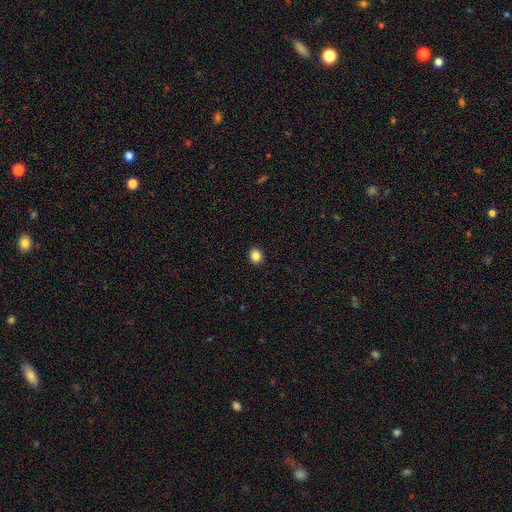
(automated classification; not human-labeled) The model was most divided on "how rounded": round: 68%, in between: 31%, cigar-shaped: 1%. More confident: merging — none (92%); smooth or featured — smooth (85%).